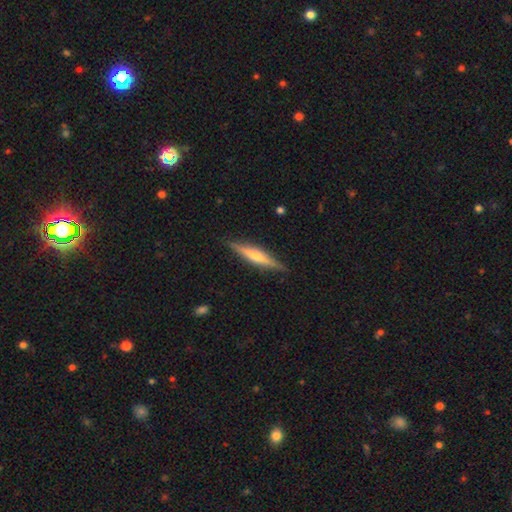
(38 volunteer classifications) Morphology: type=featured or disk (89%); edge-on=yes (100%); edge-on bulge=rounded (82%); merging=none (95%).